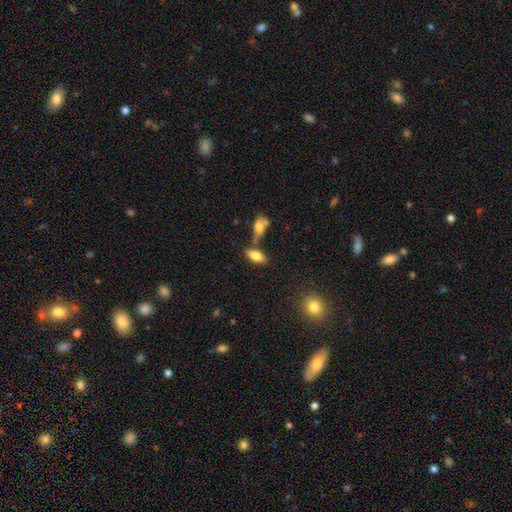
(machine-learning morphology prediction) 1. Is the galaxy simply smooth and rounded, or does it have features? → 77% smooth, 15% featured or disk, 8% star or artifact.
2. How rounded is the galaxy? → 85% in between, 12% cigar-shaped, 3% round.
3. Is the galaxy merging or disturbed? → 61% none, 21% merger, 14% minor disturbance, 5% major disturbance.